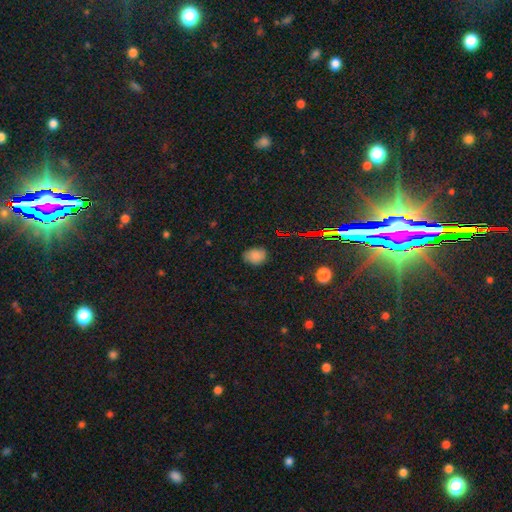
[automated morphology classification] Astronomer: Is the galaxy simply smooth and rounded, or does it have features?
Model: smooth — 79%.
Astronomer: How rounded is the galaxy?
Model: in between — 56% (runner-up: round, 42%).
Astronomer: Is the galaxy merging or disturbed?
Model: none — 75%.